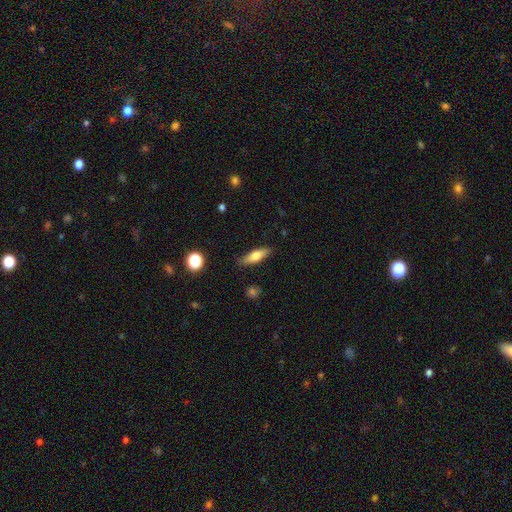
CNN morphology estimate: This is likely a smooth galaxy (70%). How rounded: possibly cigar-shaped (51%). Merging: clearly none (84%).